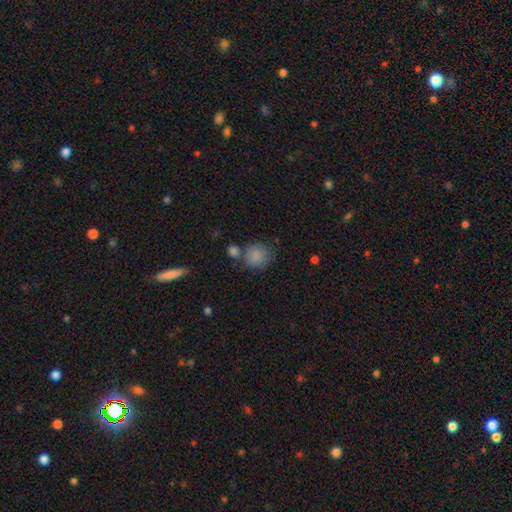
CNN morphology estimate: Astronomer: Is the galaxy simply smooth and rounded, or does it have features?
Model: smooth — 85%.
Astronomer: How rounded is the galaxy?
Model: round — 81%.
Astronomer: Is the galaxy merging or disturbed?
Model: none — 62%.